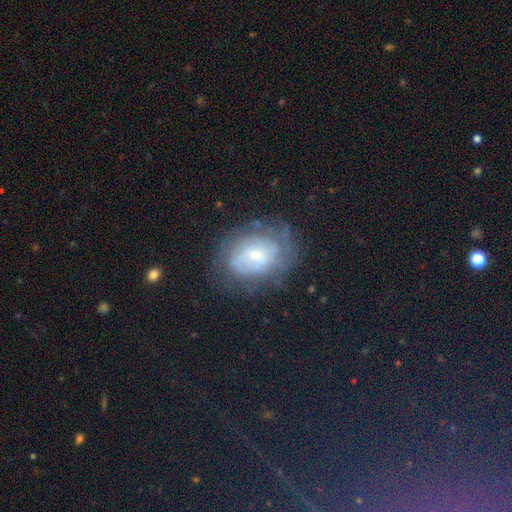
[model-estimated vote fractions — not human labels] Q: Smooth or featured?
A: featured or disk (60%); runner-up: smooth (31%)
Q: Edge-on disk?
A: no (96%); runner-up: yes (4%)
Q: Bar?
A: no (61%); runner-up: weak (33%)
Q: Spiral arms?
A: yes (72%); runner-up: no (28%)
Q: Bulge size?
A: small (54%); runner-up: moderate (37%)
Q: Merging?
A: none (61%); runner-up: minor disturbance (23%)